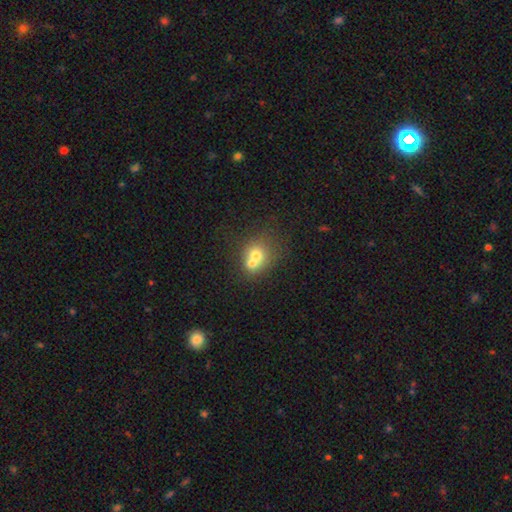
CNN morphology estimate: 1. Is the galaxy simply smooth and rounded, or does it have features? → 65% smooth, 23% featured or disk, 12% star or artifact.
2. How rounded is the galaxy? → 71% round, 28% in between, 1% cigar-shaped.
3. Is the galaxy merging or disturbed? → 59% merger, 30% none, 8% minor disturbance, 4% major disturbance.